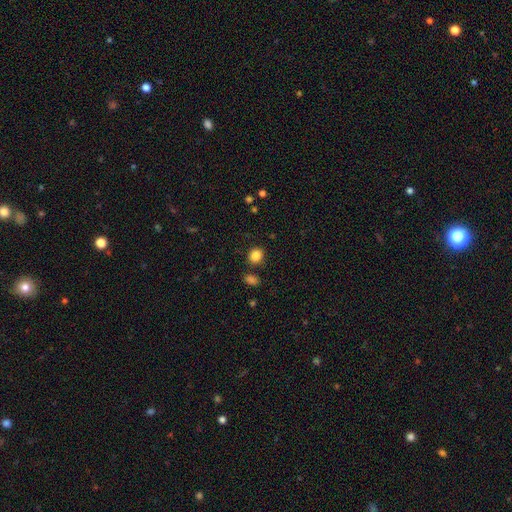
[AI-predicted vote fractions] Smooth or featured?
  - smooth: 86% *
  - star or artifact: 10%
  - featured or disk: 3%
How rounded?
  - round: 64% *
  - in between: 35%
  - cigar-shaped: 1%
Merging?
  - none: 81% *
  - minor disturbance: 10%
  - merger: 6%
  - major disturbance: 3%